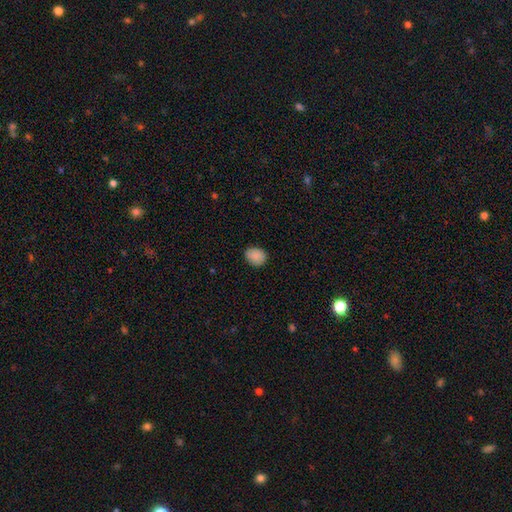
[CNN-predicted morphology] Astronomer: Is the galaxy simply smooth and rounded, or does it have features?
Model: smooth — 88%.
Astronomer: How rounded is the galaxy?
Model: round — 54% (runner-up: in between, 45%).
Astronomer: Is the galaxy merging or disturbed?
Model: none — 84%.